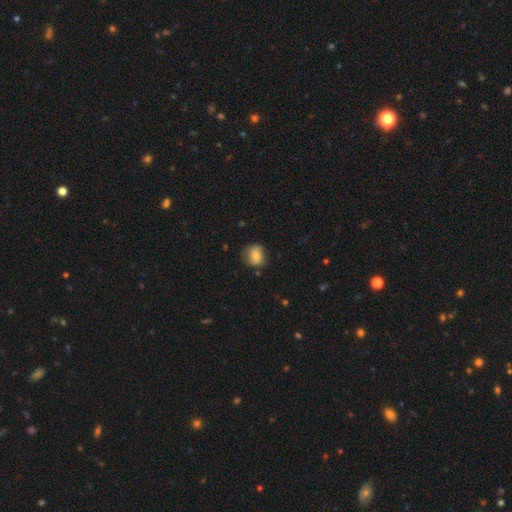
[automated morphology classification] This is likely a smooth galaxy (76%). How rounded: likely round (66%). Merging: likely none (65%).